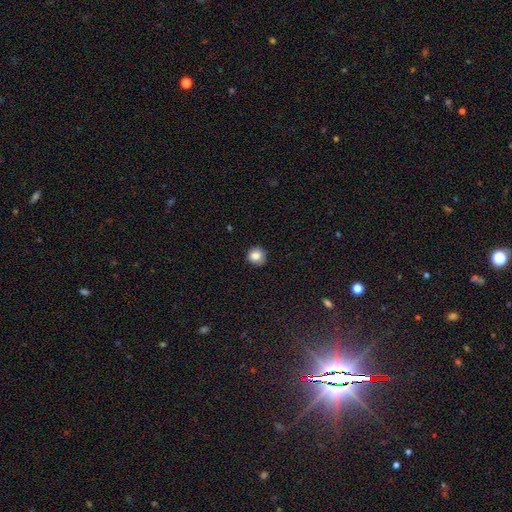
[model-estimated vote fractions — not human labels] smooth 84%, star or artifact 10%, featured or disk 6%. Down the decision tree: how rounded — round (92%); merging — none (88%).